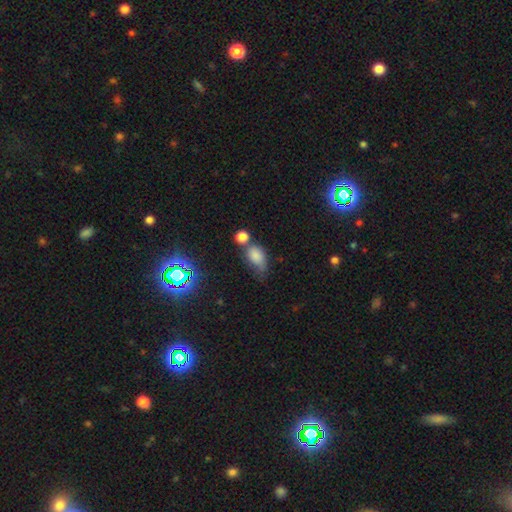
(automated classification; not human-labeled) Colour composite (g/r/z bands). It shows a smooth galaxy with no disk features (75%) that is in between round and cigar-shaped (79%). Merging: none (29%).